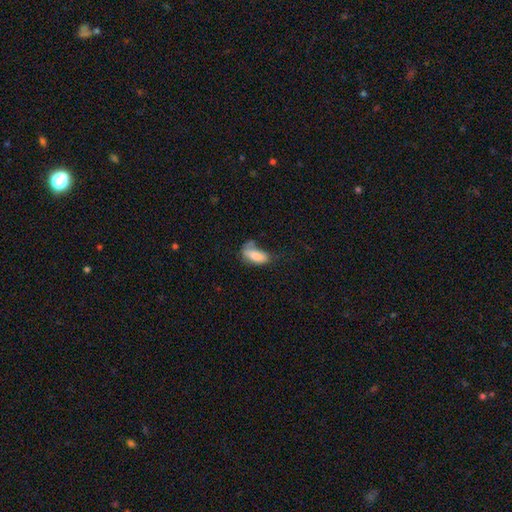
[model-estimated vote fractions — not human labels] Morphology: type=smooth (78%); roundness=in between (84%); merging=none (31%, tied with minor disturbance).